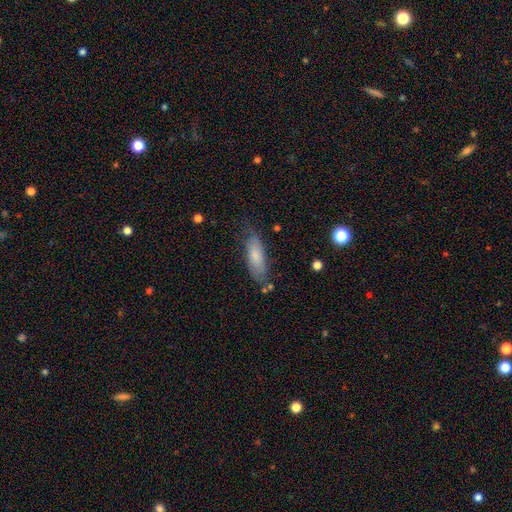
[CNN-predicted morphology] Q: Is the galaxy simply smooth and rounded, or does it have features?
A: smooth — 75%.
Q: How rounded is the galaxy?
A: in between — 62%.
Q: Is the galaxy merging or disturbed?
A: none — 67%.